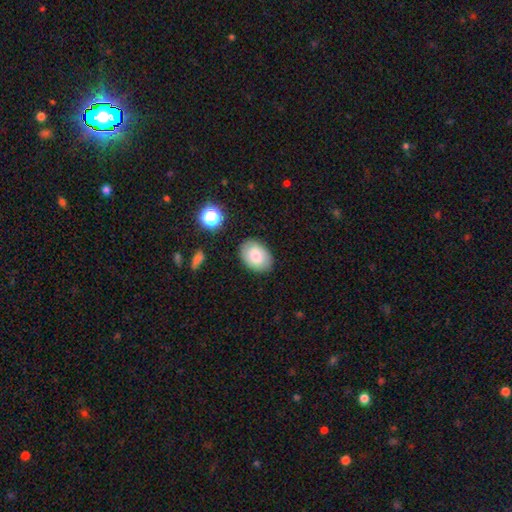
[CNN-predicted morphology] Overall: smooth (78%). How rounded: in between (81%). Merging: none (84%).